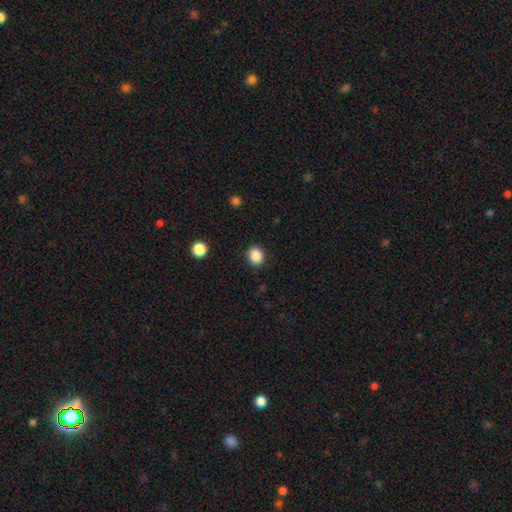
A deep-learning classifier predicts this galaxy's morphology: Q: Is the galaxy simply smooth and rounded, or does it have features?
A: smooth — 87%.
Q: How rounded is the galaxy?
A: round — 70%.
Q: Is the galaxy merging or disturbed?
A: none — 89%.